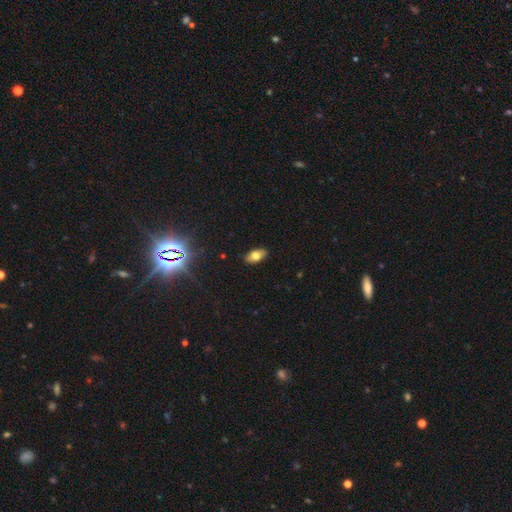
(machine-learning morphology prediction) smooth_or_featured: smooth (p=0.70) [alt: featured or disk p=0.19]
how_rounded: in between (p=0.90) [alt: cigar-shaped p=0.05]
merging: none (p=0.87) [alt: minor disturbance p=0.10]